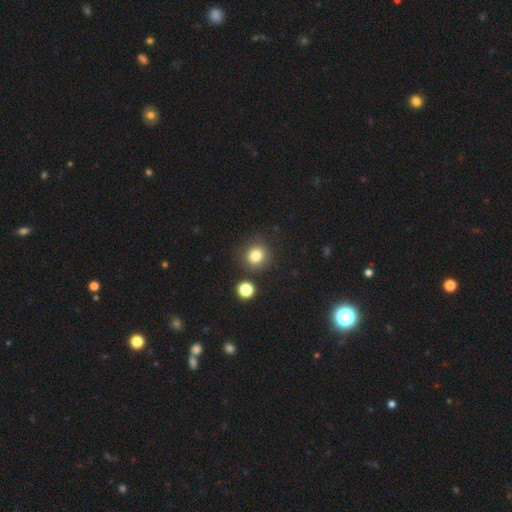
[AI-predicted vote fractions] A smooth galaxy with no disk features (81%) that is round (84%).

Vote fractions:
- Smooth or featured? smooth: 81% / star or artifact: 12% / featured or disk: 7%
- How rounded? round: 84% / in between: 15% / cigar-shaped: 1%
- Merging? none: 81% / minor disturbance: 10% / merger: 6% / major disturbance: 3%